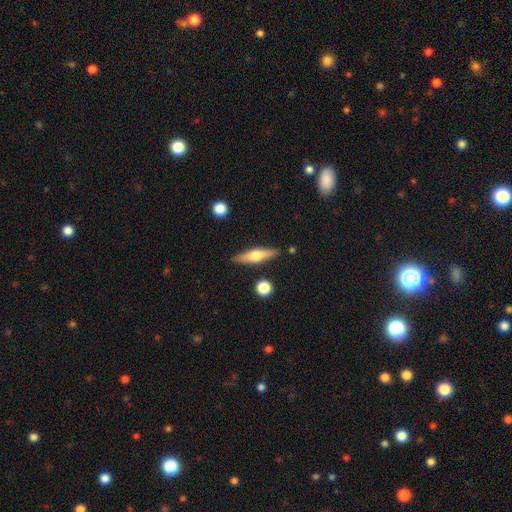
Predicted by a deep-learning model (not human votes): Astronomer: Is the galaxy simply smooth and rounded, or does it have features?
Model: featured or disk — 50% (runner-up: smooth, 44%).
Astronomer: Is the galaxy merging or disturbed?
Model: none — 86%.